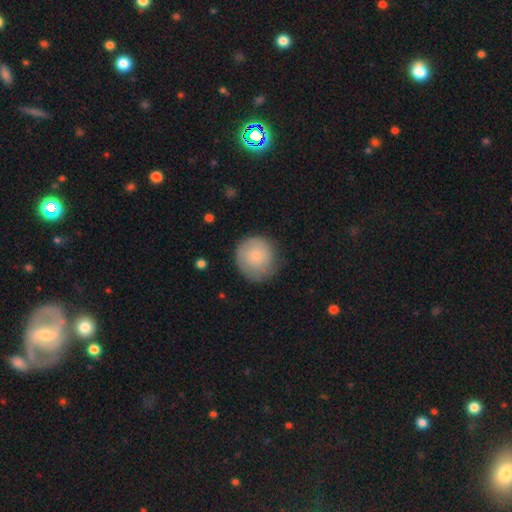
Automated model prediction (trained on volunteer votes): Smooth or featured? Predicted: smooth (p=0.77). How rounded? Predicted: round (p=0.92). Merging? Predicted: none (p=0.75).